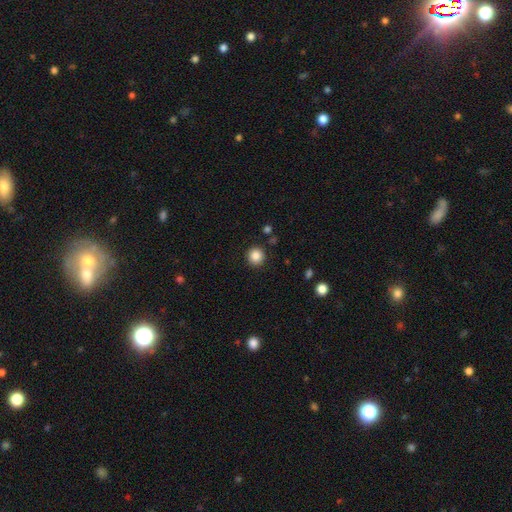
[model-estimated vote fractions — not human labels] Smooth or featured: smooth — 86% (star or artifact — 10%)
How rounded: round — 93% (in between — 6%)
Merging: none — 91% (minor disturbance — 6%)